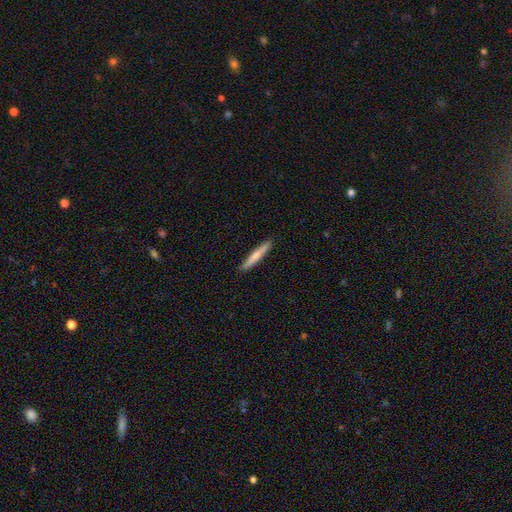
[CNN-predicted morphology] smooth_or_featured: smooth (p=0.71) [alt: featured or disk p=0.24]
how_rounded: cigar-shaped (p=0.95) [alt: in between p=0.04]
merging: none (p=0.91) [alt: minor disturbance p=0.07]